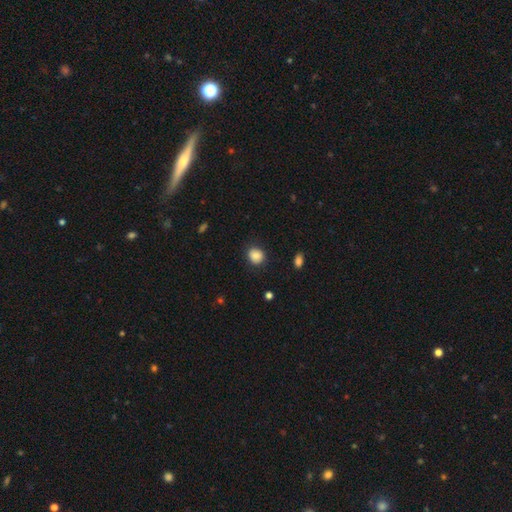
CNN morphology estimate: Smooth or featured? smooth (84%)
How rounded? round (75%)
Merging? none (82%)